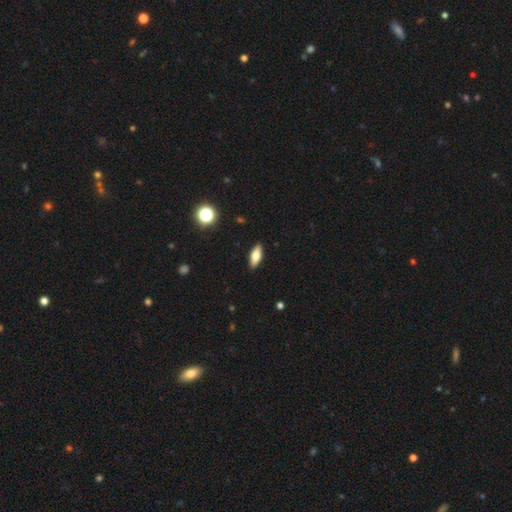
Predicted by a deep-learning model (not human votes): smooth_or_featured: smooth (p=0.68) [alt: featured or disk p=0.25]
how_rounded: in between (p=0.72) [alt: cigar-shaped p=0.25]
merging: none (p=0.89) [alt: minor disturbance p=0.08]